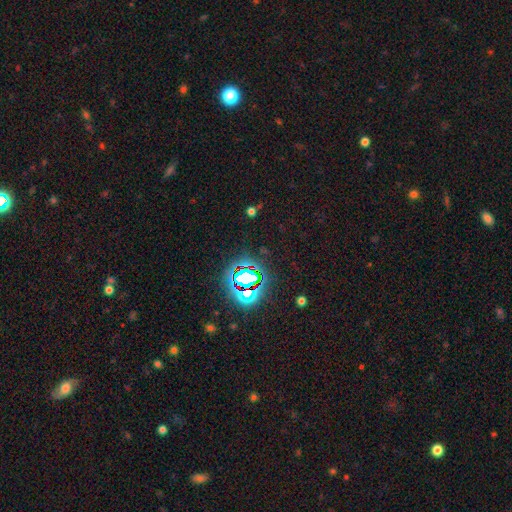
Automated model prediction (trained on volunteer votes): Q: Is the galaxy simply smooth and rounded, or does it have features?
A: star or artifact — 82%.